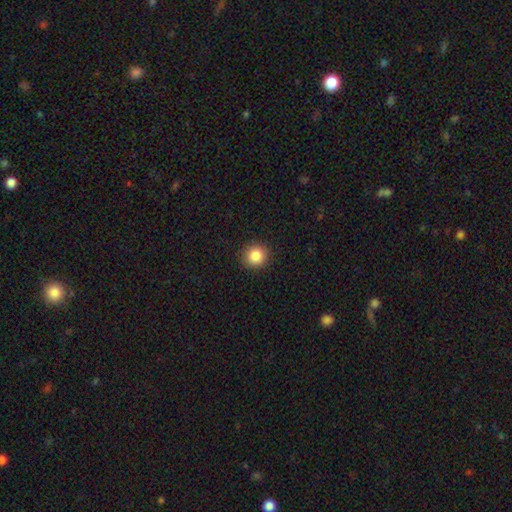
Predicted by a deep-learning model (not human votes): Morphology: type=smooth (86%); roundness=round (89%); merging=none (91%).